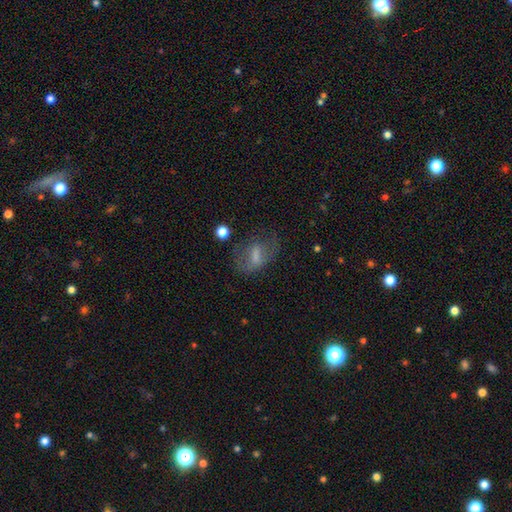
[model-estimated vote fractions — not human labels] A smooth galaxy with no disk features (50%) that is in between round and cigar-shaped (80%). Merging: none (49%).